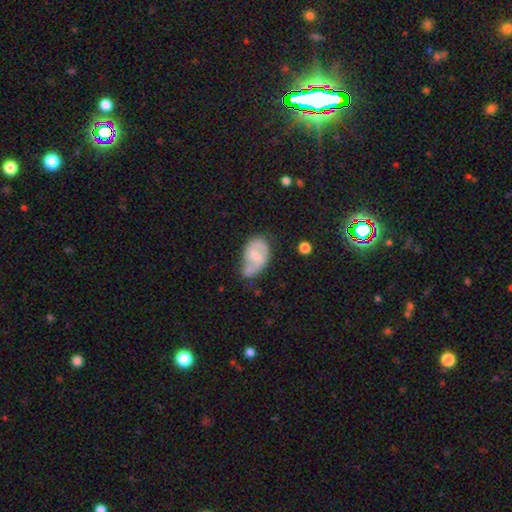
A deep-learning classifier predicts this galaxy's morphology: Smooth or featured? featured or disk (57%)
Edge-on disk? no (97%)
Bar? weak (47%)
Spiral arms? yes (78%)
Bulge size? small (46%)
Merging? none (38%)